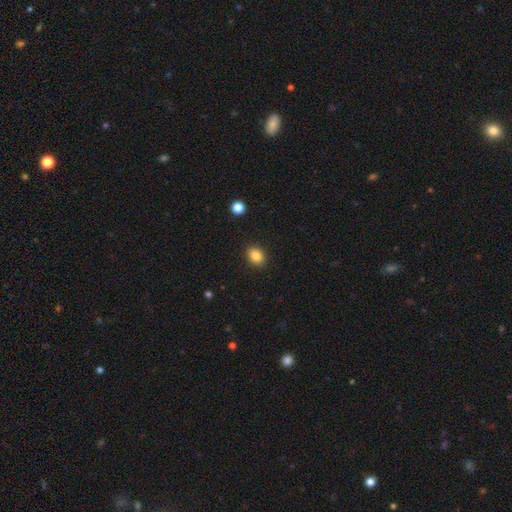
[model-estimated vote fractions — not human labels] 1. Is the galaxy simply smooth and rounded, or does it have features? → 86% smooth, 10% star or artifact, 4% featured or disk.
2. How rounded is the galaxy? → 68% in between, 31% round, 1% cigar-shaped.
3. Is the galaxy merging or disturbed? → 89% none, 8% minor disturbance, 2% major disturbance, 1% merger.